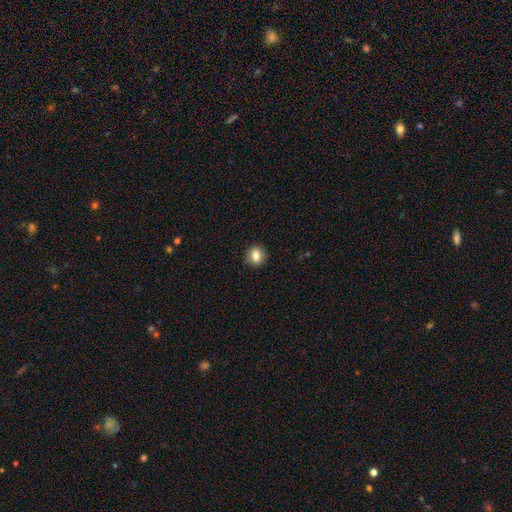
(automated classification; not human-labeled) This appears to be a smooth galaxy with no disk features (81%) that is round (58%). Merging: none (86%).